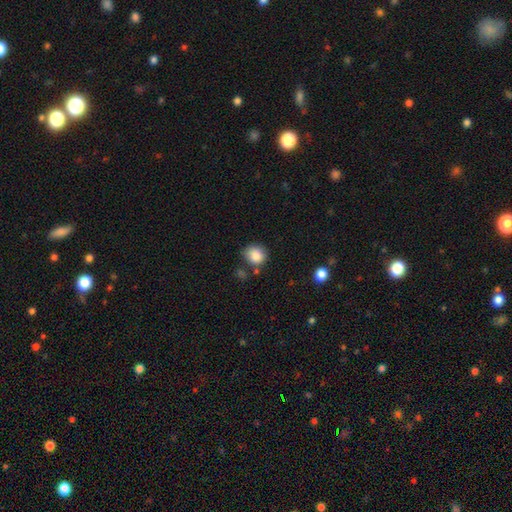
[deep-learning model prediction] This is clearly a smooth galaxy (86%). How rounded: likely round (77%). Merging: likely none (72%).